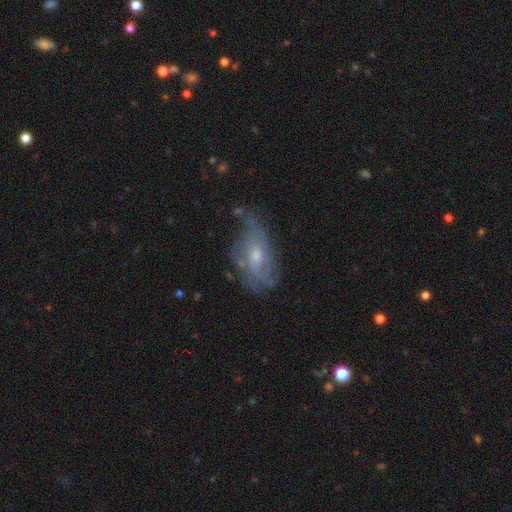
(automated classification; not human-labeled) This appears to be a featured or disk galaxy (68%) with no bar (68%), spiral arms (78%) and a moderate central bulge (50%). Merging: none (50%).